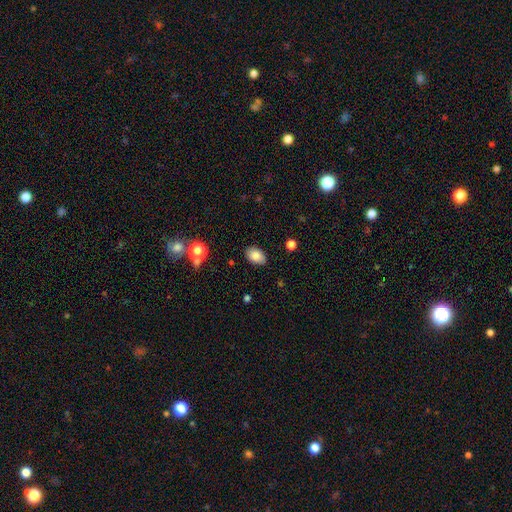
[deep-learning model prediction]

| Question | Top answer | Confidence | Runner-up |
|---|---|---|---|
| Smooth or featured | smooth | 84% | star or artifact (9%) |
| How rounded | in between | 85% | round (14%) |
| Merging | none | 84% | minor disturbance (12%) |